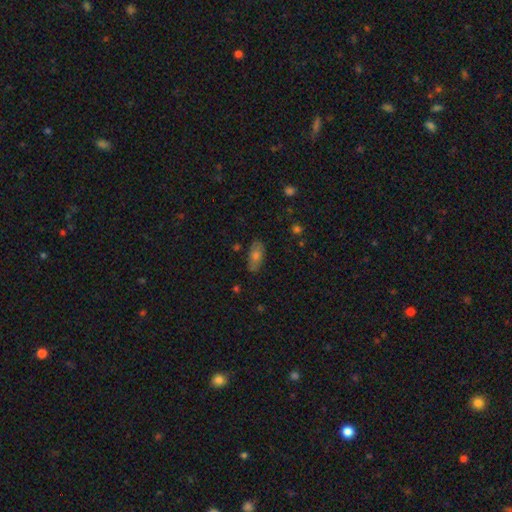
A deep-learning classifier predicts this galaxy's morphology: Q: Smooth or featured?
A: smooth (64%); runner-up: featured or disk (23%)
Q: How rounded?
A: in between (83%); runner-up: cigar-shaped (12%)
Q: Merging?
A: none (80%); runner-up: minor disturbance (15%)